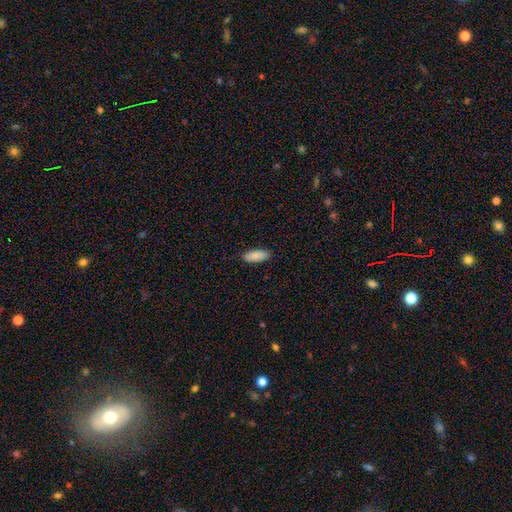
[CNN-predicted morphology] A smooth galaxy with no disk features (89%) that is in between round and cigar-shaped (73%). Merging: none (89%).